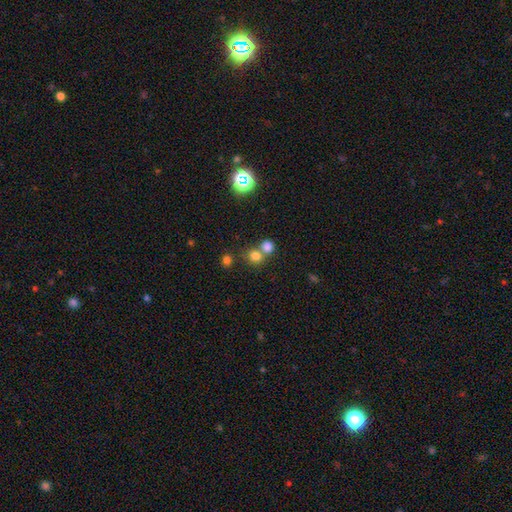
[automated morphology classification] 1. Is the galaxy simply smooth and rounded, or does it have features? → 76% smooth, 16% star or artifact, 8% featured or disk.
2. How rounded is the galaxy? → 84% round, 15% in between, 1% cigar-shaped.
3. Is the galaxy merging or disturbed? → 53% none, 37% merger, 7% minor disturbance, 3% major disturbance.